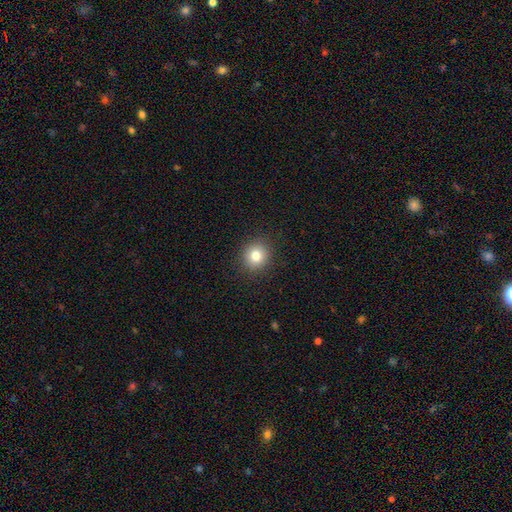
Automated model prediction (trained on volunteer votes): A smooth galaxy with no disk features (80%) that is round (85%).

Vote fractions:
- Smooth or featured? smooth: 80% / star or artifact: 12% / featured or disk: 8%
- How rounded? round: 85% / in between: 14% / cigar-shaped: 1%
- Merging? none: 91% / minor disturbance: 6% / major disturbance: 2% / merger: 1%